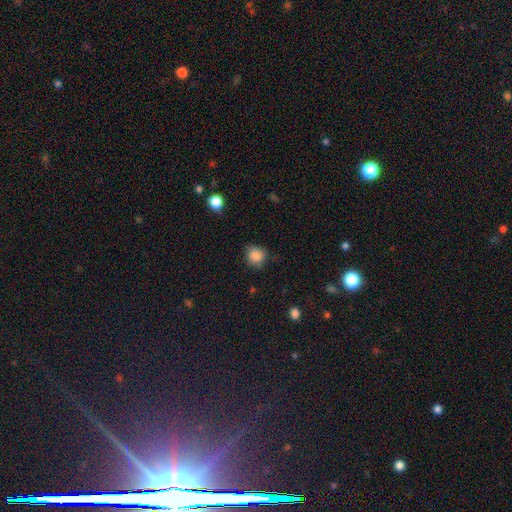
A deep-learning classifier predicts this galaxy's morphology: smooth-or-featured: smooth: 86% | star or artifact: 10% | featured or disk: 4%
  how-rounded: round: 84% | in between: 15% | cigar-shaped: 1%
  merging: none: 75% | minor disturbance: 20% | major disturbance: 4% | merger: 2%